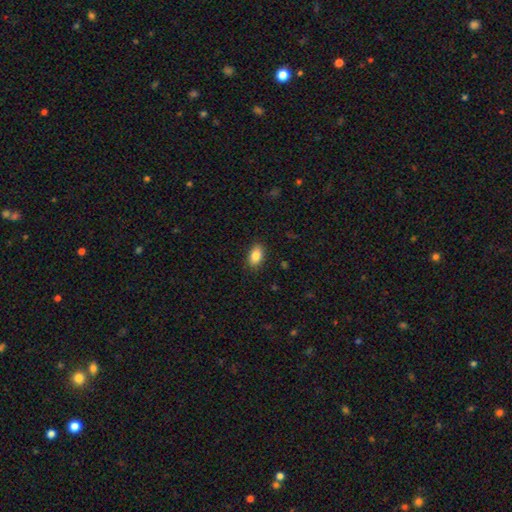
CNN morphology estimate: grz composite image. It shows a smooth galaxy with no disk features (86%) that is in between round and cigar-shaped (91%). Merging: none (88%).